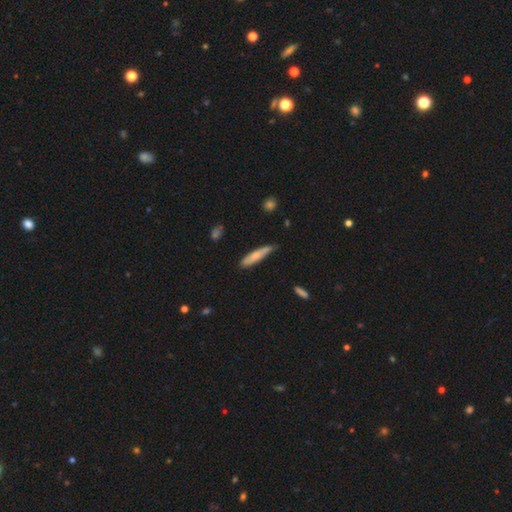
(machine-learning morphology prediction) smooth_or_featured: smooth (p=0.71) [alt: featured or disk p=0.23]
how_rounded: cigar-shaped (p=0.85) [alt: in between p=0.14]
merging: none (p=0.67) [alt: minor disturbance p=0.26]